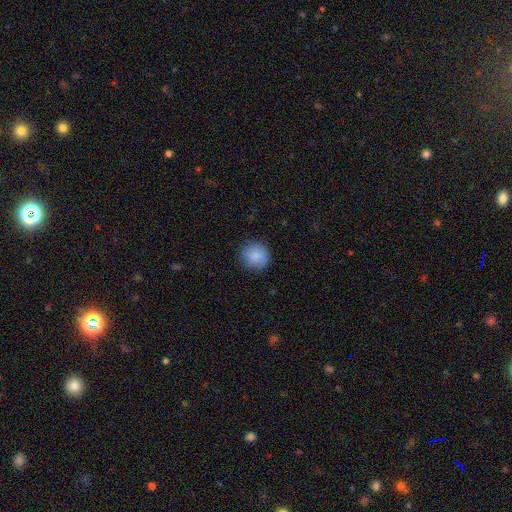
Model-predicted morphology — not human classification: smooth 88%, star or artifact 8%, featured or disk 5%. Down the decision tree: how rounded — round (91%); merging — none (88%).